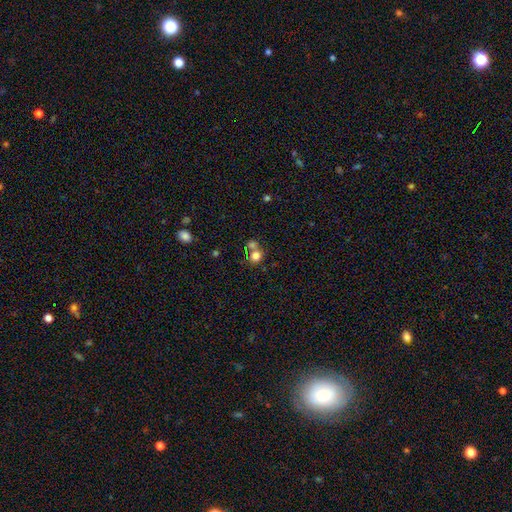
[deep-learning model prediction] Smooth or featured? Predicted: smooth (p=0.74). How rounded? Predicted: round (p=0.80). Merging? Predicted: none (p=0.47).